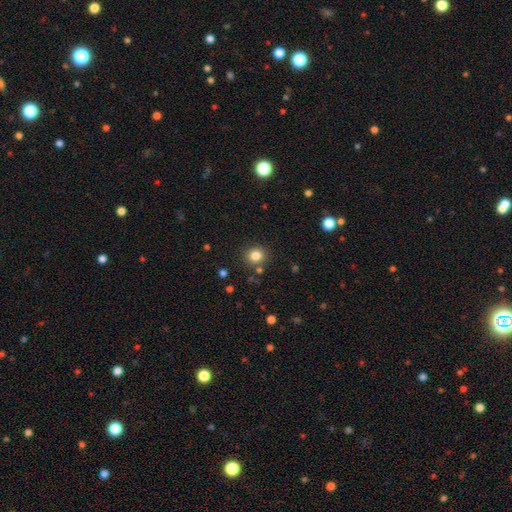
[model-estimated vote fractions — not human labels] smooth 82%, star or artifact 12%, featured or disk 6%. Down the decision tree: how rounded — round (84%); merging — none (85%).